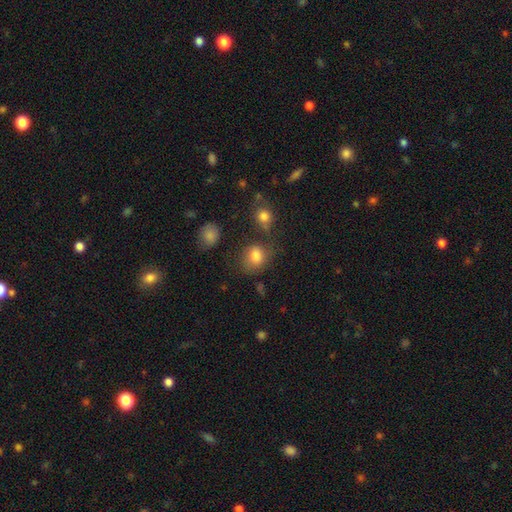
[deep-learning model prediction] Overall: smooth (81%). How rounded: round (56%; in between 43%). Merging: none (59%; minor disturbance 21%).